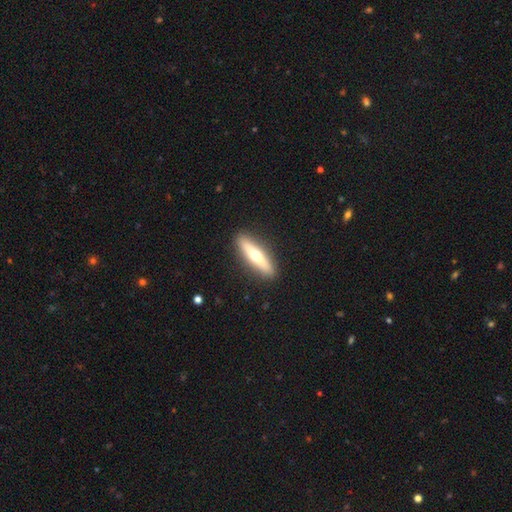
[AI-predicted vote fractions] The model was most divided on "smooth or featured": featured or disk: 51%, smooth: 44%, star or artifact: 5%. More confident: merging — none (91%); edge-on disk — yes (90%).